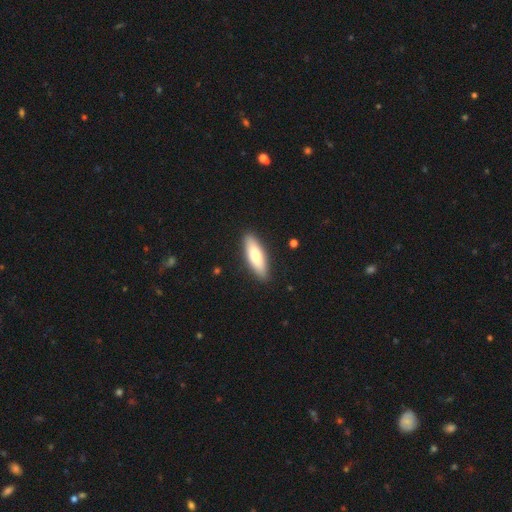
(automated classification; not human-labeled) This appears to be a smooth galaxy with no disk features (72%) that is cigar-shaped (53%). Merging: none (89%).